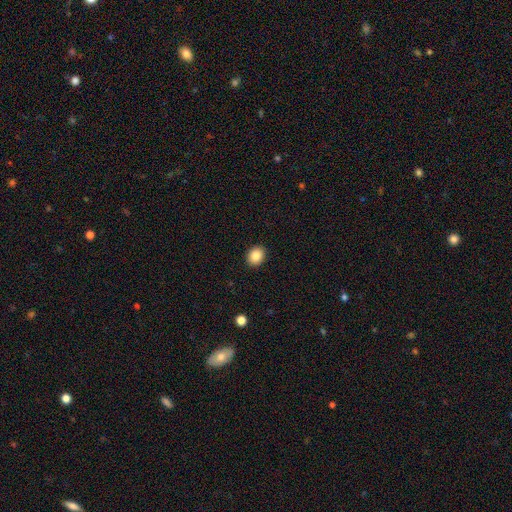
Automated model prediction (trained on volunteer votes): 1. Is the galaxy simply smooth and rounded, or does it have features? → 86% smooth, 9% star or artifact, 5% featured or disk.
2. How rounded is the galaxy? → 60% round, 40% in between, 1% cigar-shaped.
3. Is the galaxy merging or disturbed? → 92% none, 6% minor disturbance, 2% major disturbance, 1% merger.